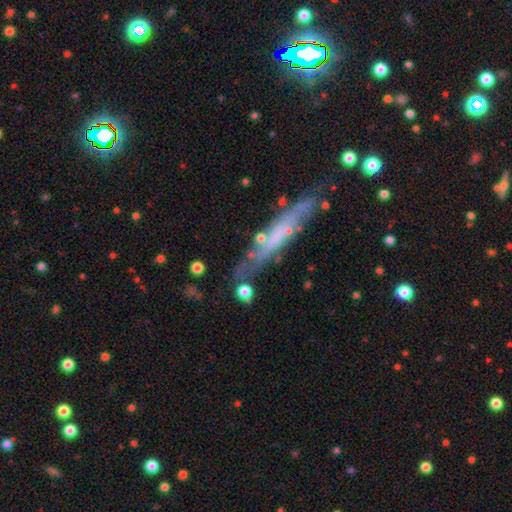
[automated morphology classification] type=featured or disk (63%); edge-on=yes (69%); merging=none (68%).